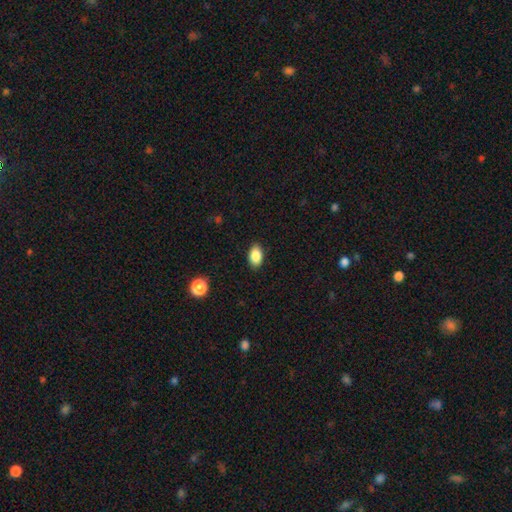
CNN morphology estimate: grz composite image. It shows a smooth galaxy with no disk features (88%) that is in between round and cigar-shaped (89%). Merging: none (88%).